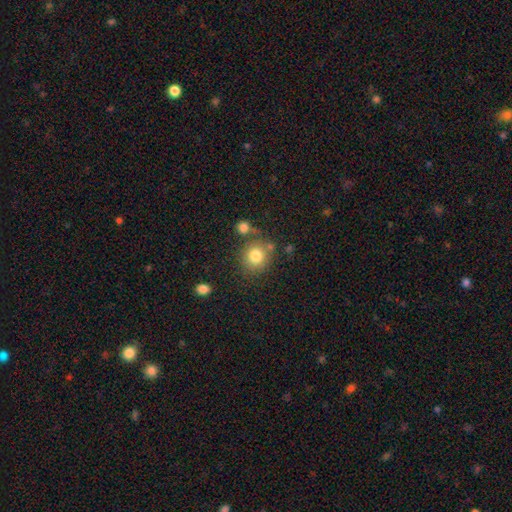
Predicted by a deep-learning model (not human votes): Smooth or featured? smooth (81%)
How rounded? round (87%)
Merging? none (73%)